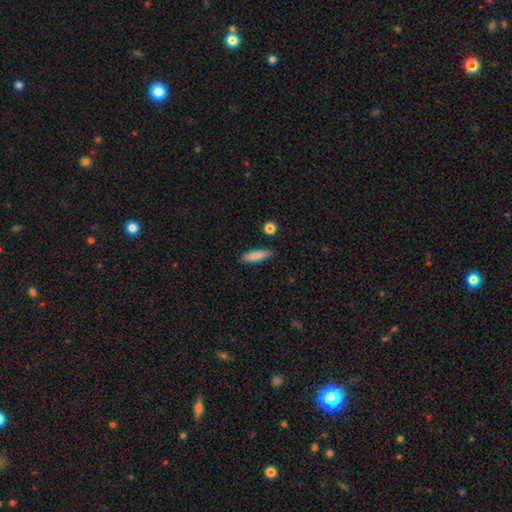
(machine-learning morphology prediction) Smooth or featured? Predicted: smooth (p=0.83). How rounded? Predicted: cigar-shaped (p=0.63). Merging? Predicted: none (p=0.86).